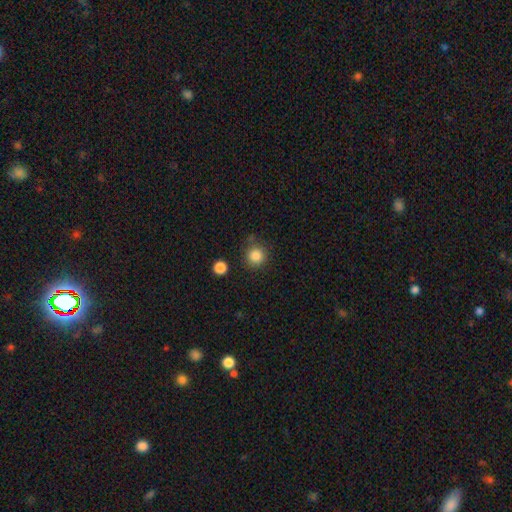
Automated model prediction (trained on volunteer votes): Morphology: type=smooth (86%); roundness=round (93%); merging=none (81%).